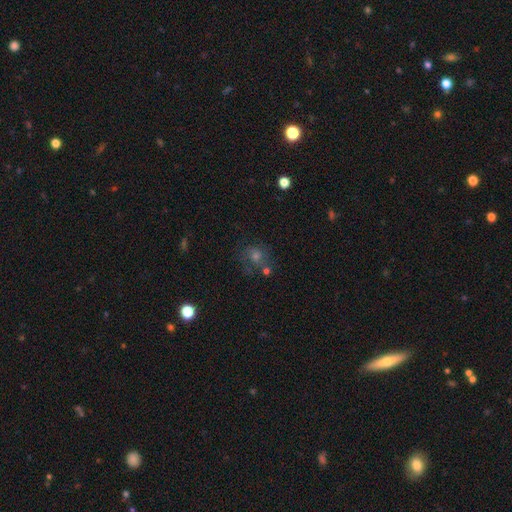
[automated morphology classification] A smooth galaxy with no disk features (46%). Merging: none (63%).